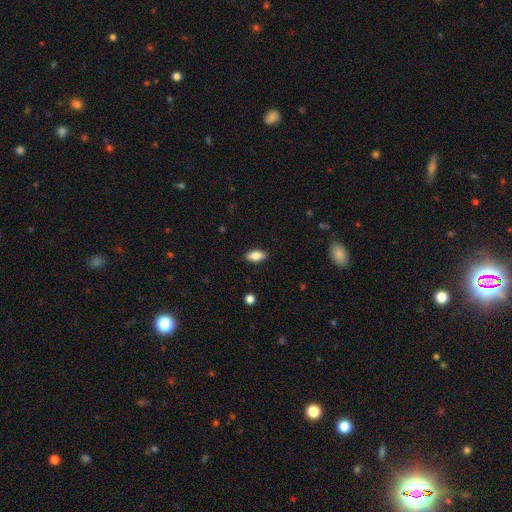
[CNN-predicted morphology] A smooth galaxy with no disk features (84%) that is in between round and cigar-shaped (90%). Merging: none (89%).